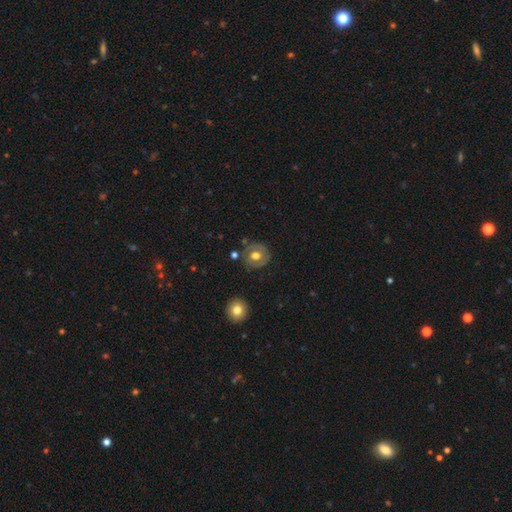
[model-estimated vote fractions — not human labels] smooth-or-featured: featured or disk: 52% | smooth: 41% | star or artifact: 7%
  disk-edge-on: no: 96% | yes: 4%
  merging: none: 76% | minor disturbance: 15% | major disturbance: 6% | merger: 3%